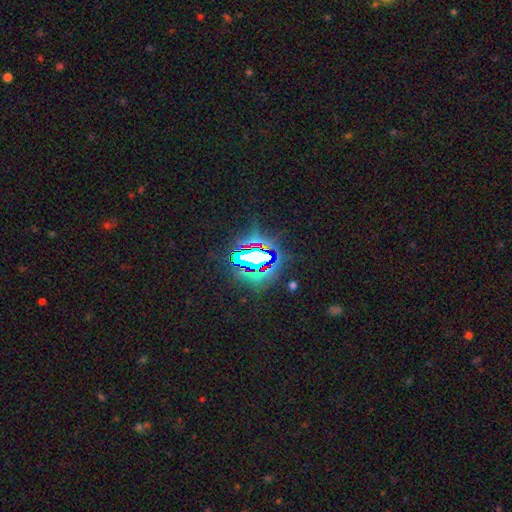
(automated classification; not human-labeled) Overall: star or artifact (73%).